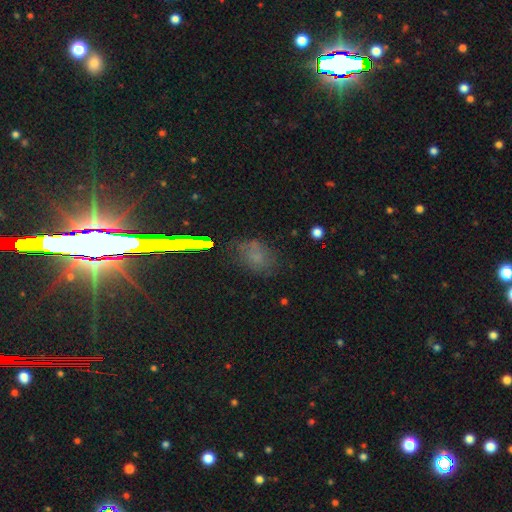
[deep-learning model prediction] This is possibly a smooth galaxy (49%). Merging: possibly none (60%).